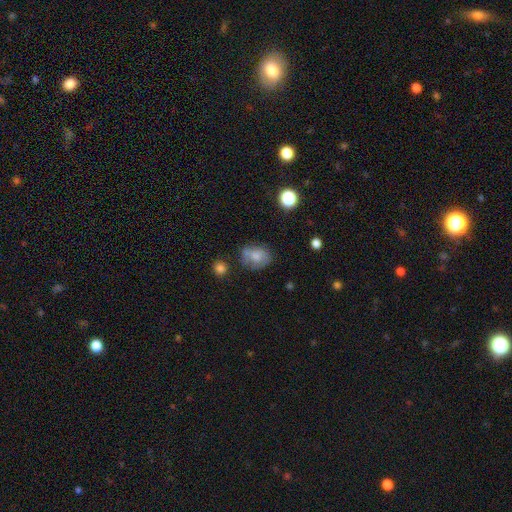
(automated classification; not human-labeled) This appears to be a smooth galaxy with no disk features (65%) that is in between round and cigar-shaped (51%). Merging: none (54%).